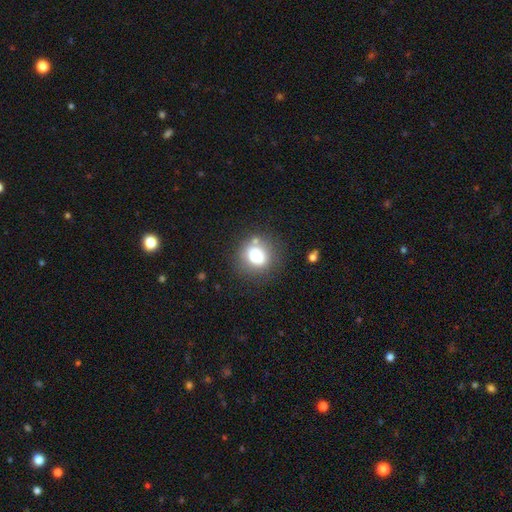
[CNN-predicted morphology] Smooth or featured? smooth (73%)
How rounded? round (75%)
Merging? none (62%)